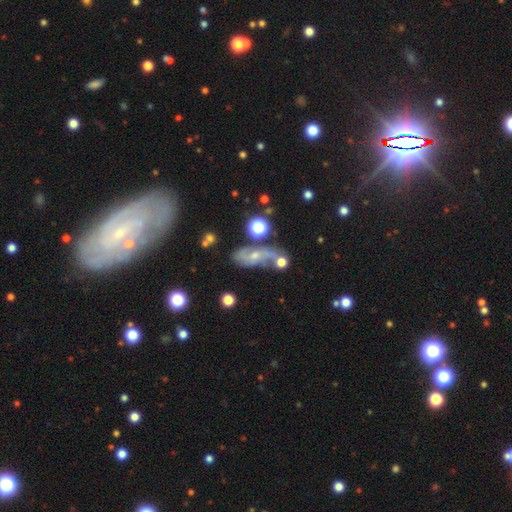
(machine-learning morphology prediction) This appears to be a featured or disk galaxy (61%) with no bar (65%), spiral arms (79%) and a small central bulge (63%). Merging: none (46%).